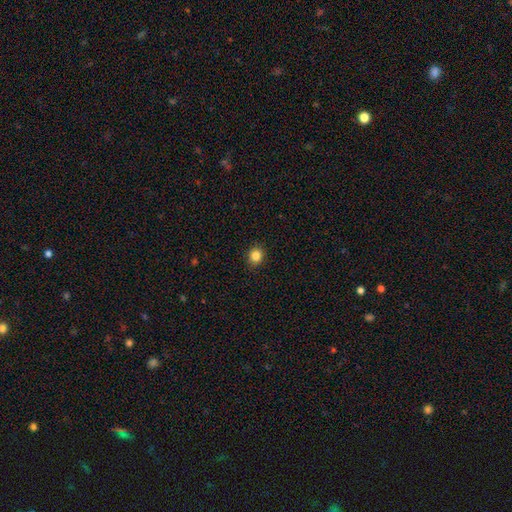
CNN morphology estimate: Q: Smooth or featured?
A: smooth (85%); runner-up: star or artifact (11%)
Q: How rounded?
A: round (82%); runner-up: in between (17%)
Q: Merging?
A: none (91%); runner-up: minor disturbance (6%)